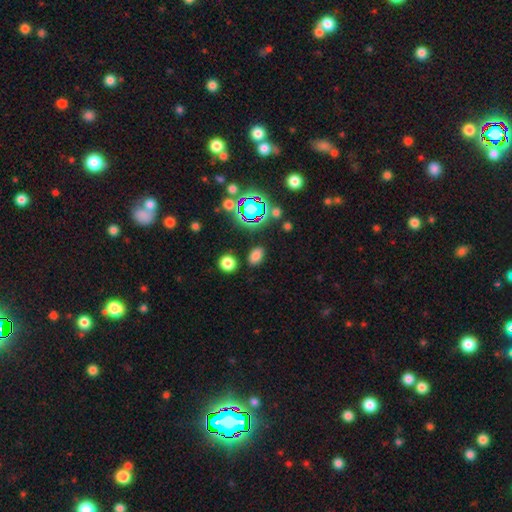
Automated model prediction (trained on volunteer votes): A smooth galaxy with no disk features (73%) that is in between round and cigar-shaped (84%).

Vote fractions:
- Smooth or featured? smooth: 73% / star or artifact: 20% / featured or disk: 7%
- How rounded? in between: 84% / round: 14% / cigar-shaped: 2%
- Merging? none: 83% / minor disturbance: 10% / merger: 4% / major disturbance: 3%